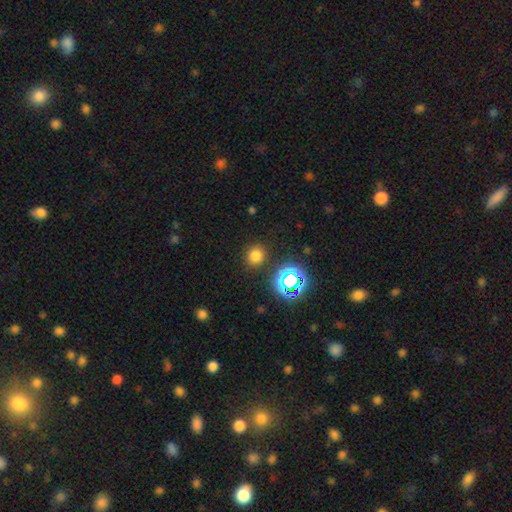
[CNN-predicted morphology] Smooth or featured?
  - smooth: 73% *
  - star or artifact: 21%
  - featured or disk: 6%
How rounded?
  - round: 80% *
  - in between: 19%
  - cigar-shaped: 1%
Merging?
  - none: 87% *
  - minor disturbance: 8%
  - major disturbance: 3%
  - merger: 2%